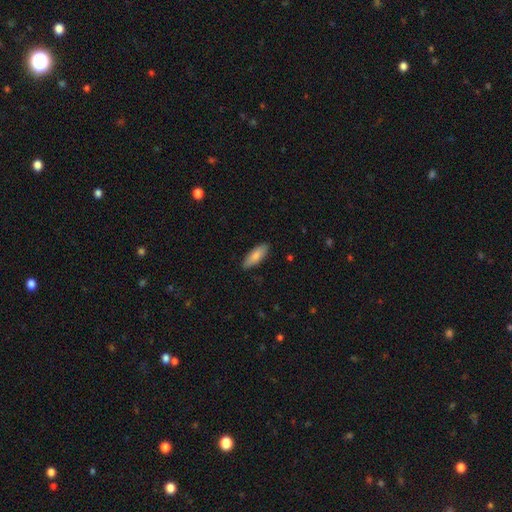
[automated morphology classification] A smooth galaxy with no disk features (81%) that is in between round and cigar-shaped (66%). Merging: none (88%).